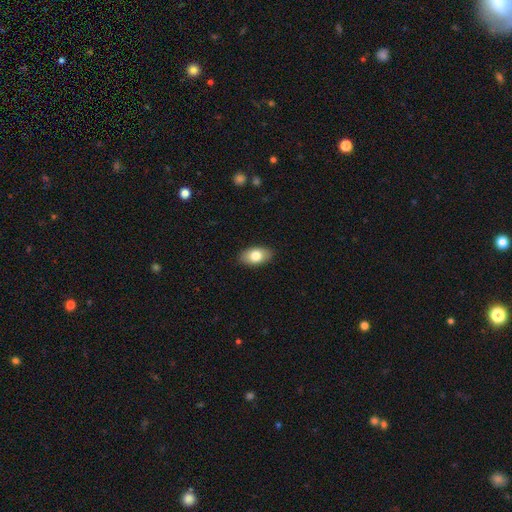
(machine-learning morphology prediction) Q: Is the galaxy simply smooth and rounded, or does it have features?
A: smooth — 79%.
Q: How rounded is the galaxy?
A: in between — 92%.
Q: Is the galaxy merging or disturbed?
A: none — 89%.